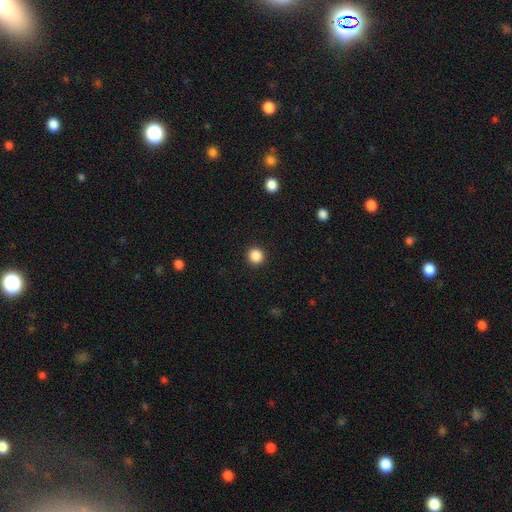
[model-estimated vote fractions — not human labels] smooth 87%, star or artifact 10%, featured or disk 3%. Down the decision tree: how rounded — round (94%); merging — none (93%).